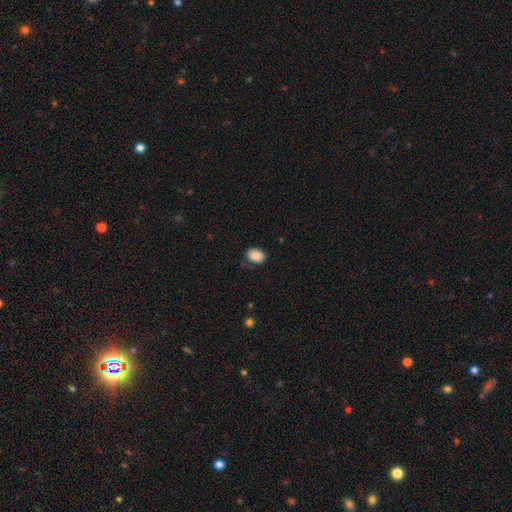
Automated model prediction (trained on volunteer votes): Smooth or featured? smooth (87%)
How rounded? in between (70%)
Merging? none (77%)